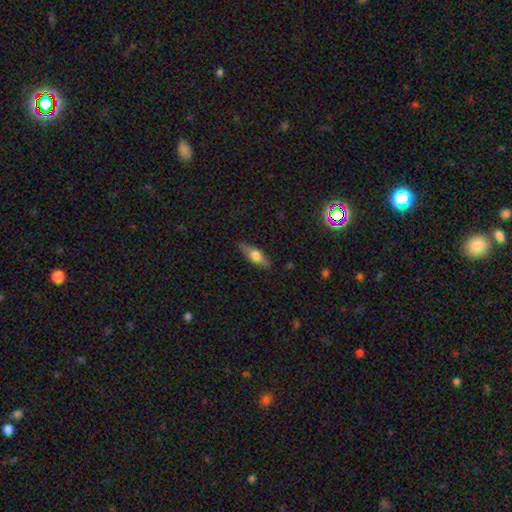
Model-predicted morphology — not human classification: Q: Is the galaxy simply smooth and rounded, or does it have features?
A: smooth — 58%.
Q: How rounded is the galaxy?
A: in between — 55%.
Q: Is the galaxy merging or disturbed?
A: none — 85%.